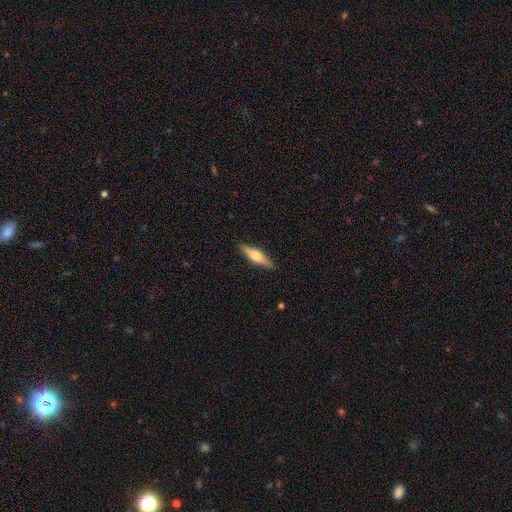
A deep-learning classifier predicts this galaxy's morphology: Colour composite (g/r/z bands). It shows a featured or disk galaxy (48%). Merging: none (89%).